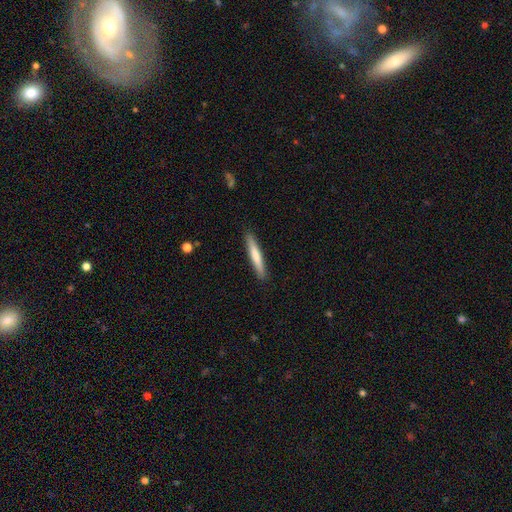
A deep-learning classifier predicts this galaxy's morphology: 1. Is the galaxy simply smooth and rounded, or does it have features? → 70% smooth, 25% featured or disk, 5% star or artifact.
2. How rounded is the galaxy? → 94% cigar-shaped, 4% in between, 1% round.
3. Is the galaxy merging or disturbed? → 90% none, 7% minor disturbance, 1% major disturbance, 1% merger.